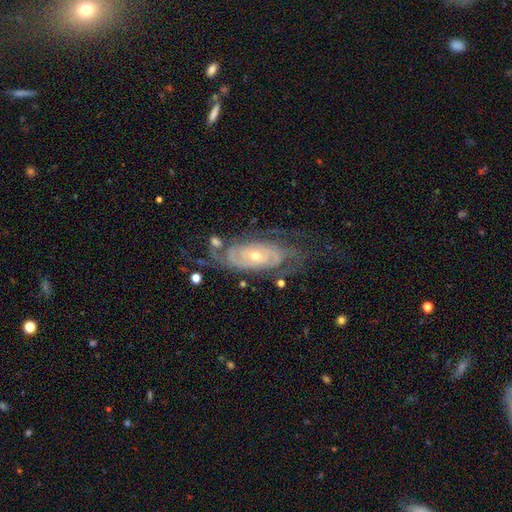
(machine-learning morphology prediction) This is clearly a featured or disk galaxy (88%). It is clearly not viewed edge-on (93%). Bar: likely no (76%). Spiral arm pattern: clearly yes (96%). Spiral arm count: marginally 2 (38%). Spiral winding: likely tight (74%). Central bulge: possibly small (56%). Merging: likely none (60%).